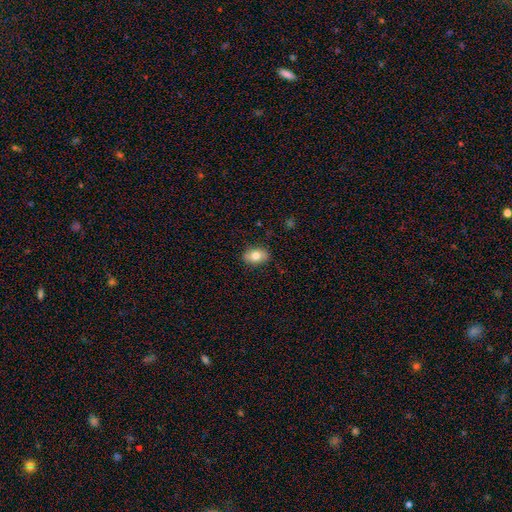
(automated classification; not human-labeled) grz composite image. It shows a smooth galaxy with no disk features (79%) that is in between round and cigar-shaped (86%). Merging: none (86%).